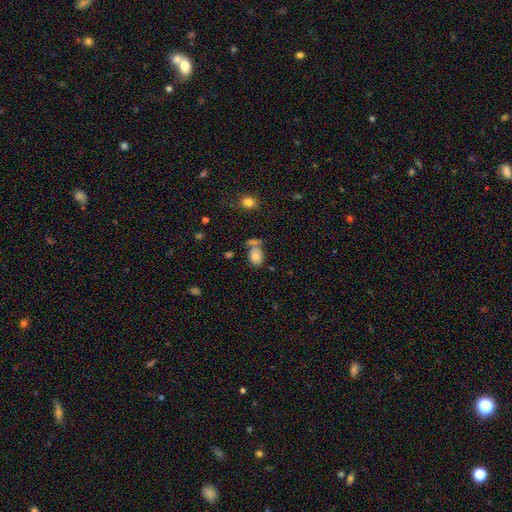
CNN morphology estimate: smooth_or_featured: smooth (p=0.77) [alt: featured or disk p=0.13]
how_rounded: in between (p=0.75) [alt: round p=0.23]
merging: none (p=0.46) [alt: merger p=0.28]